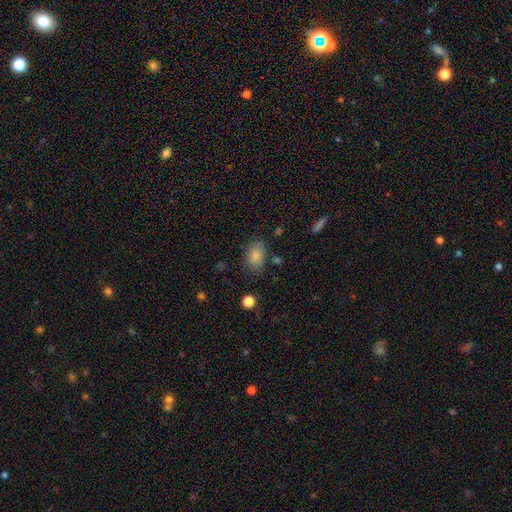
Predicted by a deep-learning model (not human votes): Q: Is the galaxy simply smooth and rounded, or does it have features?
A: smooth — 84%.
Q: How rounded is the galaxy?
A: in between — 86%.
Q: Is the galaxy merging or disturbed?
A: none — 77%.